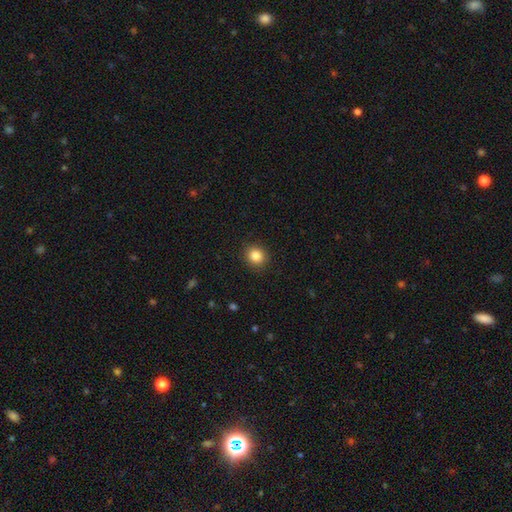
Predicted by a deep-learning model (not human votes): smooth 86%, star or artifact 10%, featured or disk 4%. Down the decision tree: how rounded — round (80%); merging — none (90%).